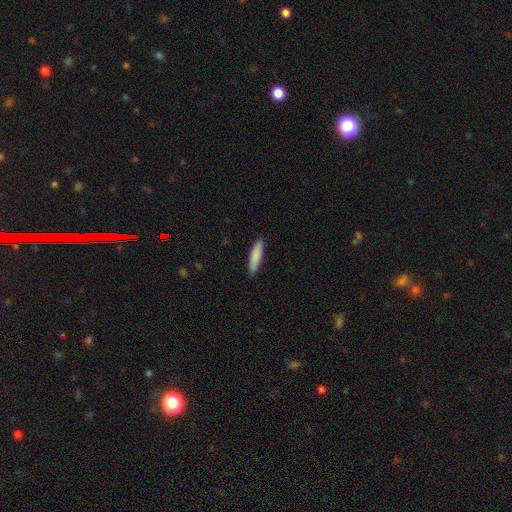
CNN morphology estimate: Q: Smooth or featured?
A: smooth (86%); runner-up: featured or disk (9%)
Q: How rounded?
A: cigar-shaped (76%); runner-up: in between (22%)
Q: Merging?
A: none (89%); runner-up: minor disturbance (8%)